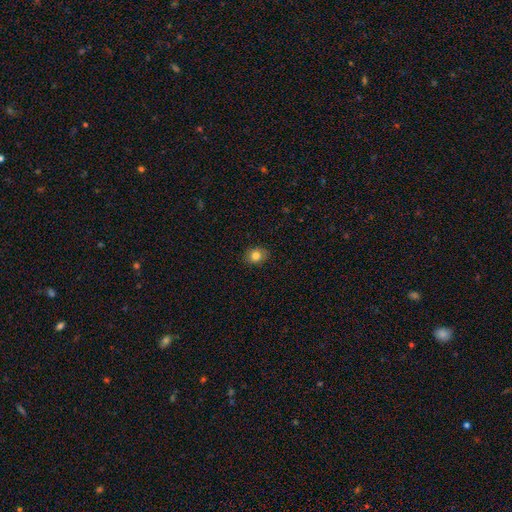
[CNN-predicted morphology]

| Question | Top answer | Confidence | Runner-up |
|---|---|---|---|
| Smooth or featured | smooth | 82% | star or artifact (10%) |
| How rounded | round | 58% | in between (41%) |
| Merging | none | 87% | minor disturbance (10%) |